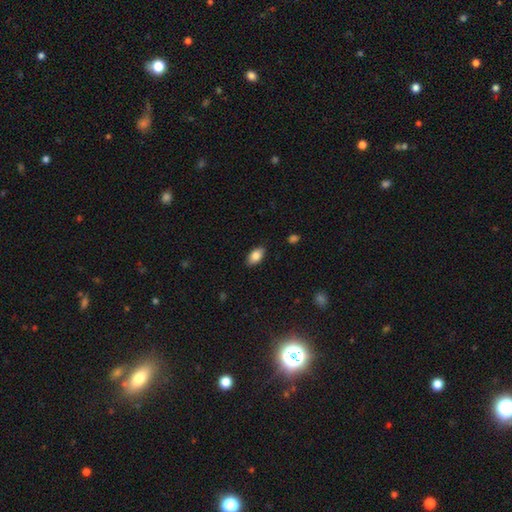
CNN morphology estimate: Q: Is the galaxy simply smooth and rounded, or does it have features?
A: smooth — 84%.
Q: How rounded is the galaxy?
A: in between — 92%.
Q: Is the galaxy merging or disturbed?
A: none — 86%.